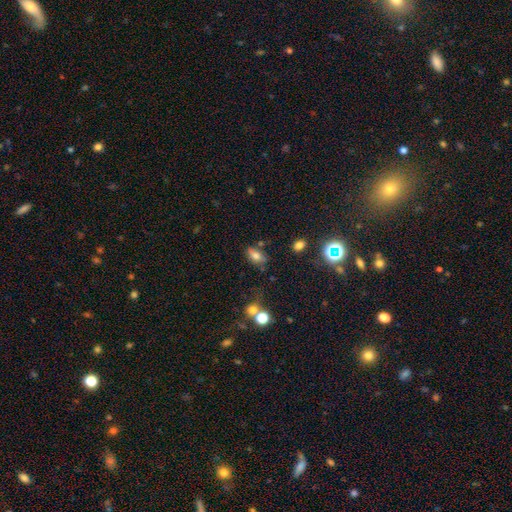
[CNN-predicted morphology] Overall: smooth (71%). How rounded: in between (83%). Merging: none (66%).